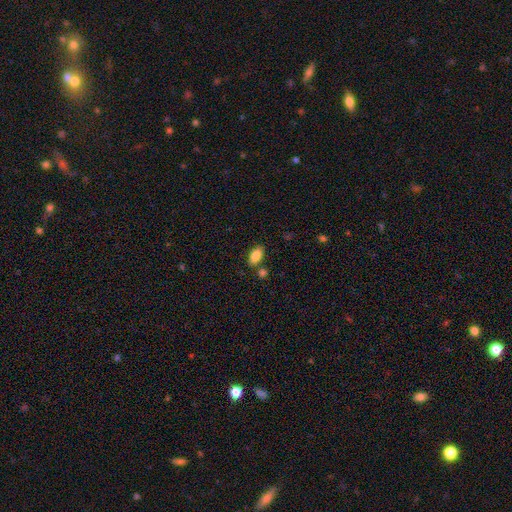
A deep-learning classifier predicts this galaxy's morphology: Smooth or featured? smooth (87%)
How rounded? in between (92%)
Merging? none (77%)